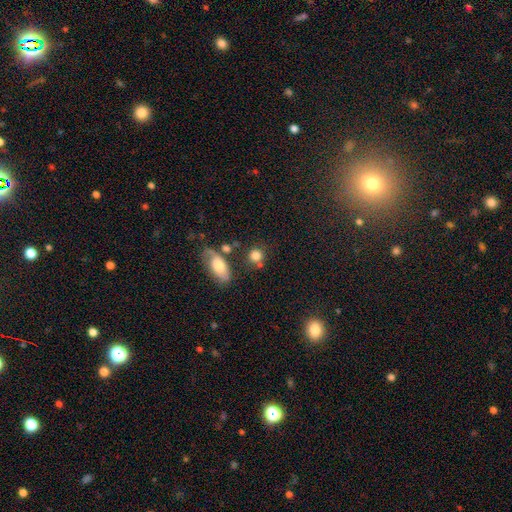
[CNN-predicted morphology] smooth_or_featured: smooth (p=0.81) [alt: star or artifact p=0.11]
how_rounded: round (p=0.79) [alt: in between p=0.19]
merging: none (p=0.65) [alt: merger p=0.16]